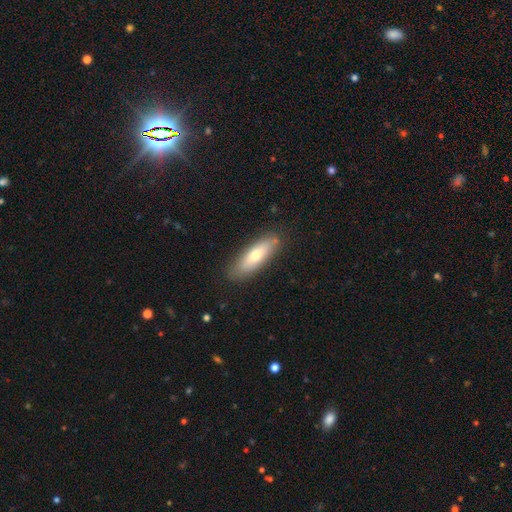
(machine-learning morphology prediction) smooth-or-featured: smooth: 64% | featured or disk: 30% | star or artifact: 6%
  how-rounded: in between: 49% (tied) | cigar-shaped: 49% (tied) | round: 2%
  merging: none: 85% | minor disturbance: 11% | major disturbance: 2% | merger: 1%